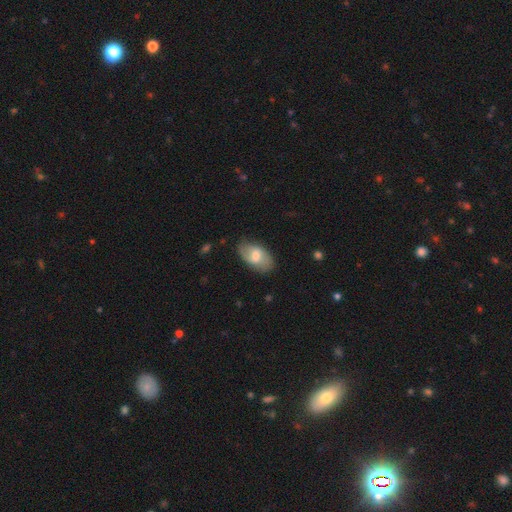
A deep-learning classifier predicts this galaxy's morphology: smooth 51%, featured or disk 43%, star or artifact 6%. Down the decision tree: how rounded — in between (93%); merging — none (74%).